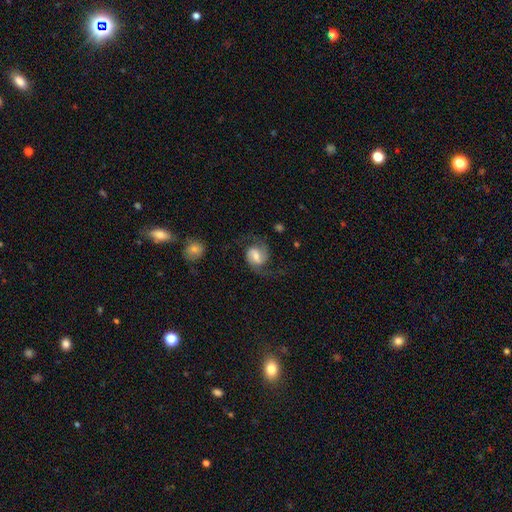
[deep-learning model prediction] This appears to be a featured or disk galaxy (74%) with a weak bar (51%), 2 (89%) medium (47%) spiral arms (95%) and a moderate central bulge (54%). Merging: none (65%).